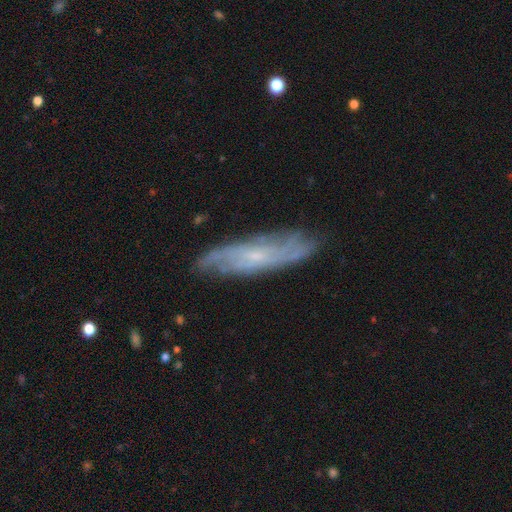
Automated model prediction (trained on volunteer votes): smooth-or-featured: featured or disk: 71% | smooth: 23% | star or artifact: 7%
  disk-edge-on: no: 68% | yes: 32%
  merging: none: 79% | minor disturbance: 16% | major disturbance: 4% | merger: 1%